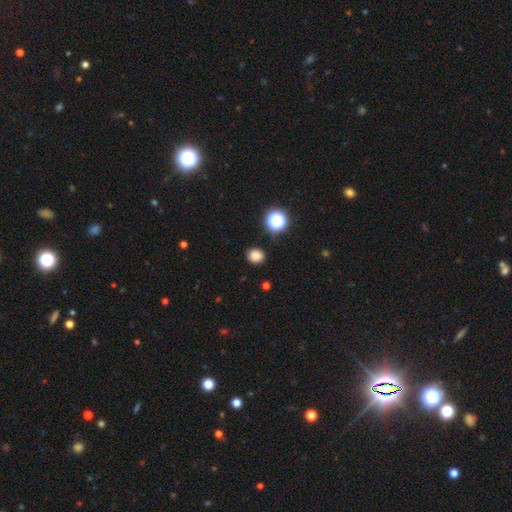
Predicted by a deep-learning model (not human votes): This appears to be a smooth galaxy with no disk features (81%) that is round (75%). Merging: none (87%).